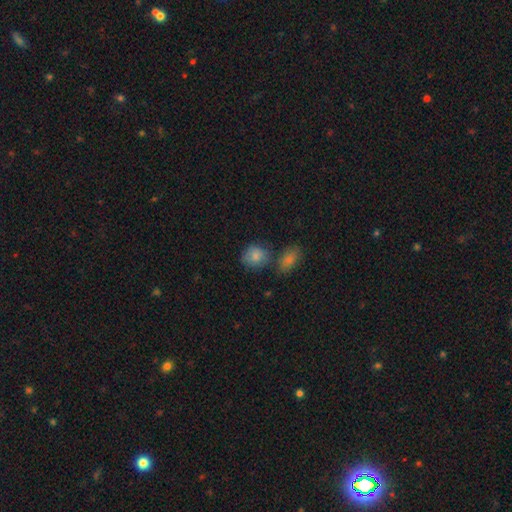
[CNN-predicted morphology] A smooth galaxy with no disk features (83%) that is round (70%).

Vote fractions:
- Smooth or featured? smooth: 83% / featured or disk: 9% / star or artifact: 8%
- How rounded? round: 70% / in between: 29% / cigar-shaped: 1%
- Merging? none: 58% / merger: 19% / minor disturbance: 18% / major disturbance: 5%